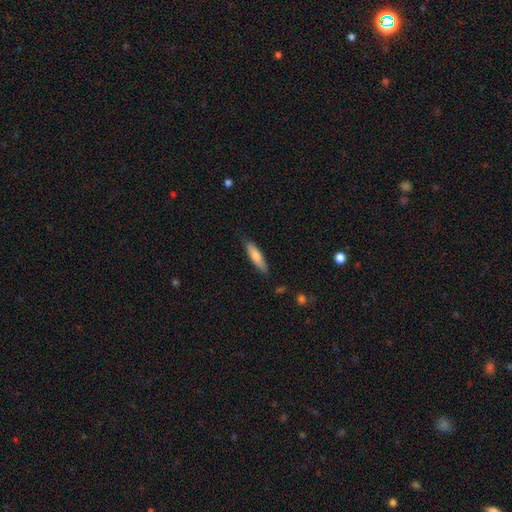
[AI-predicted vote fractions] Smooth or featured? smooth (73%)
How rounded? cigar-shaped (74%)
Merging? none (83%)